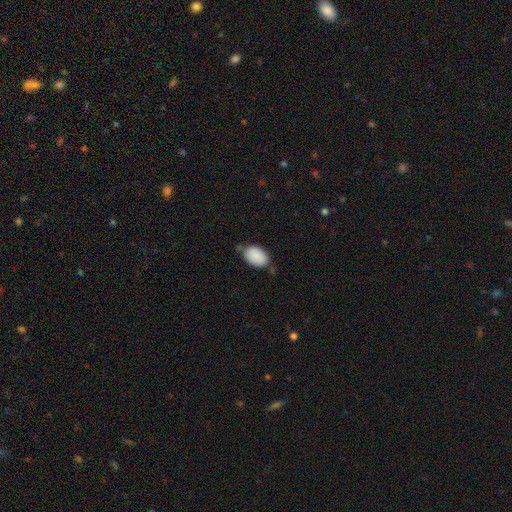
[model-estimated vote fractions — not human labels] Smooth or featured: smooth — 88% (star or artifact — 7%)
How rounded: in between — 89% (round — 10%)
Merging: none — 62% (minor disturbance — 28%)